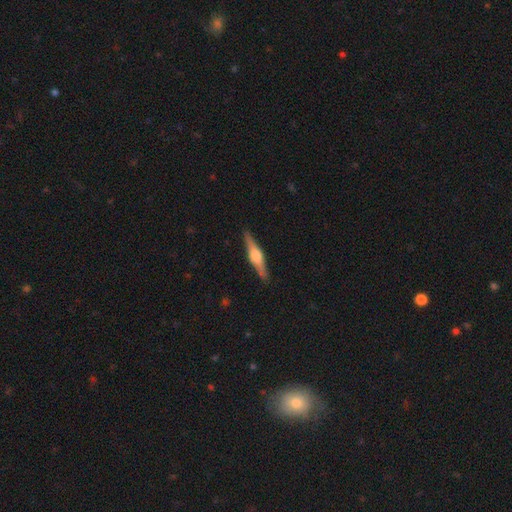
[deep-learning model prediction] The model was most divided on "smooth or featured": featured or disk: 68%, smooth: 26%, star or artifact: 6%. More confident: edge-on disk — yes (97%); merging — none (90%); edge-on bulge — rounded (87%).